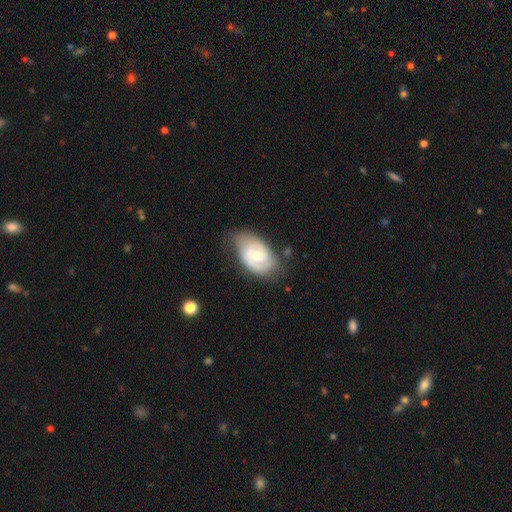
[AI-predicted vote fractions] Smooth or featured? featured or disk (76%)
Edge-on disk? no (96%)
Bar? no (51%)
Spiral arms? yes (90%)
Spiral winding? tight (56%)
Spiral arm count? 2 (67%)
Bulge size? moderate (63%)
Merging? none (60%)